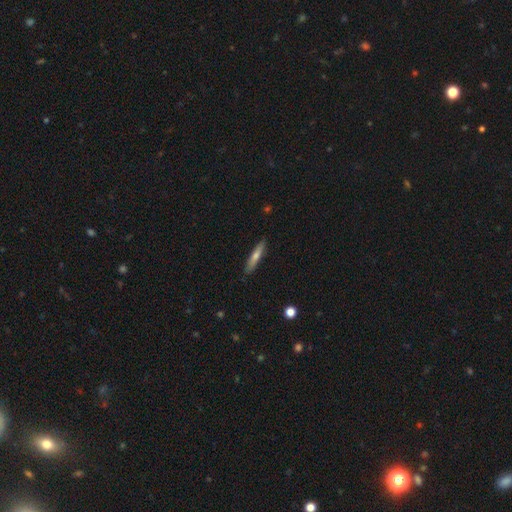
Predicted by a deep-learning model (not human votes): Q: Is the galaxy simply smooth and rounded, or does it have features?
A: smooth — 57%.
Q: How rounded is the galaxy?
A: cigar-shaped — 90%.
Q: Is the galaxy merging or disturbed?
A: none — 89%.